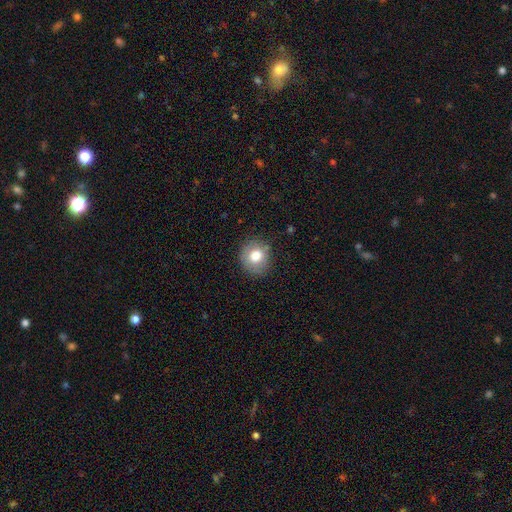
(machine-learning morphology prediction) This appears to be a smooth galaxy with no disk features (77%) that is round (83%). Merging: none (80%).